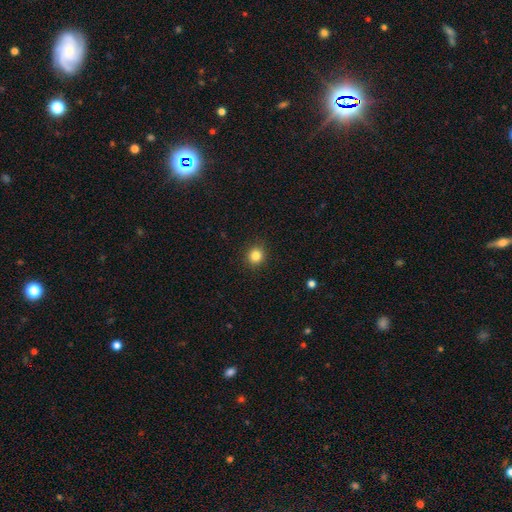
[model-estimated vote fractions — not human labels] Smooth or featured?
  - smooth: 84% *
  - star or artifact: 11%
  - featured or disk: 5%
How rounded?
  - round: 89% *
  - in between: 11%
  - cigar-shaped: 1%
Merging?
  - none: 91% *
  - minor disturbance: 6%
  - major disturbance: 2%
  - merger: 1%